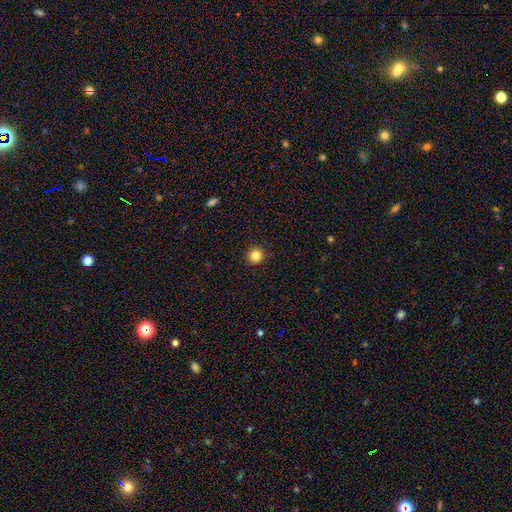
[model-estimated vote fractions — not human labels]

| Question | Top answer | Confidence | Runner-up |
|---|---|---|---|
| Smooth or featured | smooth | 85% | star or artifact (11%) |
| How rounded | round | 94% | in between (6%) |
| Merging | none | 93% | minor disturbance (5%) |